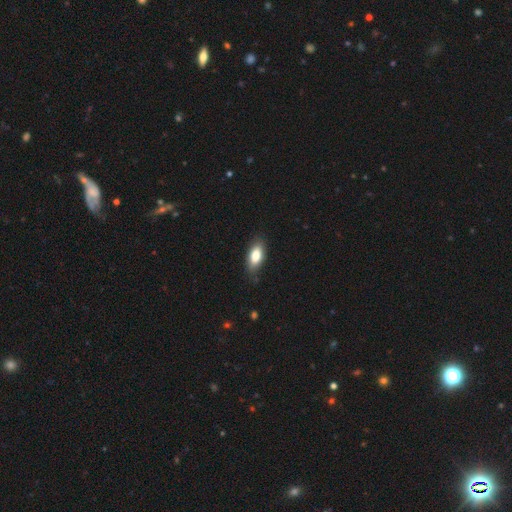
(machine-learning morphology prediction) Smooth or featured?
  - smooth: 81% *
  - featured or disk: 12%
  - star or artifact: 7%
How rounded?
  - in between: 86% *
  - cigar-shaped: 11%
  - round: 3%
Merging?
  - none: 81% *
  - minor disturbance: 15%
  - major disturbance: 3%
  - merger: 1%